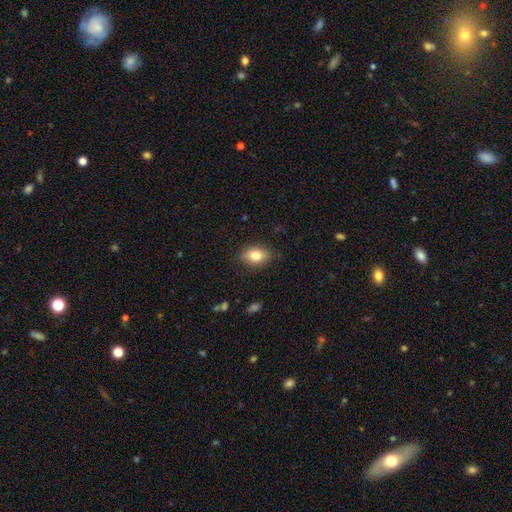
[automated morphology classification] This is clearly a smooth galaxy (81%). How rounded: clearly in between (83%). Merging: clearly none (85%).